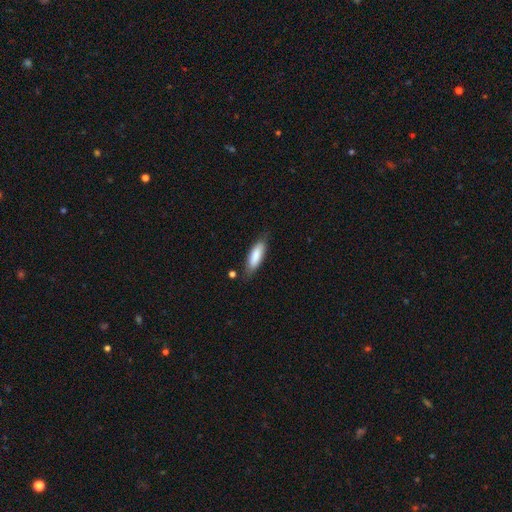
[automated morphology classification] A smooth galaxy with no disk features (84%) that is in between round and cigar-shaped (54%). Merging: none (76%).